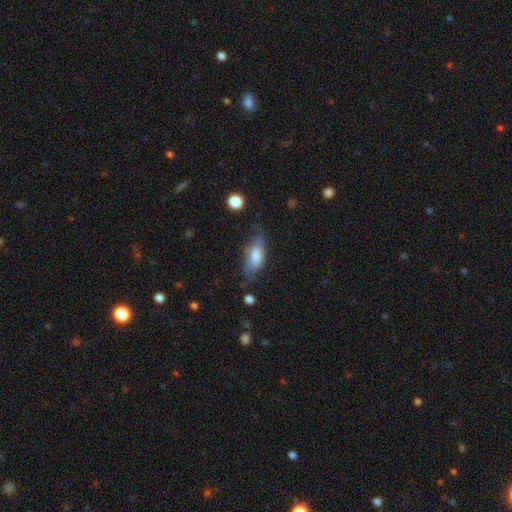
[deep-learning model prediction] Overall: smooth (68%). How rounded: in between (80%). Merging: none (58%; minor disturbance 30%).